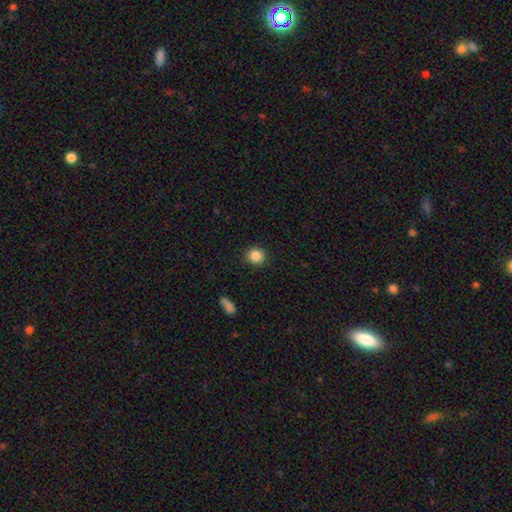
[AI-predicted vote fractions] This appears to be a smooth galaxy with no disk features (86%) that is round (89%). Merging: none (91%).